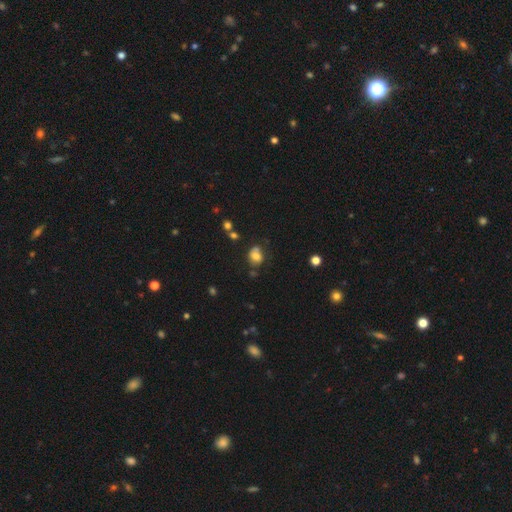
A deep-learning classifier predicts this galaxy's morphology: smooth 74%, featured or disk 14%, star or artifact 12%. Down the decision tree: how rounded — in between (50%); merging — none (54%).